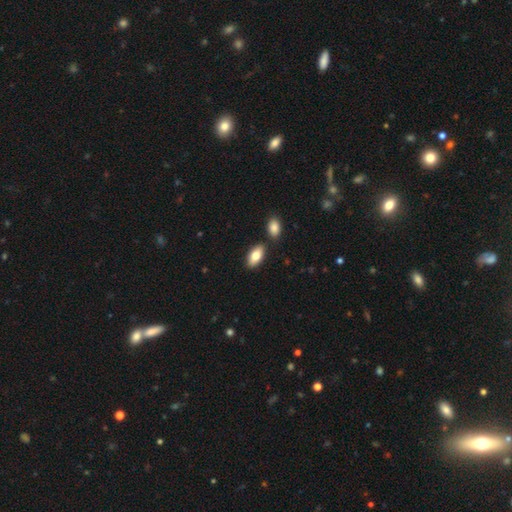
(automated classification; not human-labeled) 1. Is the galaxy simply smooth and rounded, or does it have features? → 80% smooth, 14% featured or disk, 6% star or artifact.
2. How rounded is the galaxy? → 91% in between, 6% cigar-shaped, 3% round.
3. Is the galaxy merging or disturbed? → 81% none, 9% minor disturbance, 8% merger, 2% major disturbance.